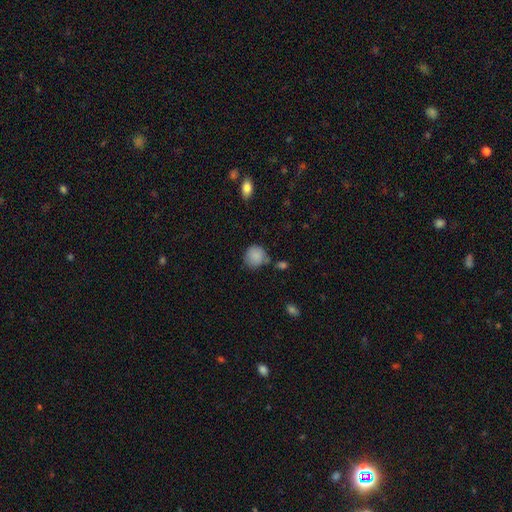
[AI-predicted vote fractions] Smooth or featured? smooth (87%)
How rounded? round (85%)
Merging? none (65%)